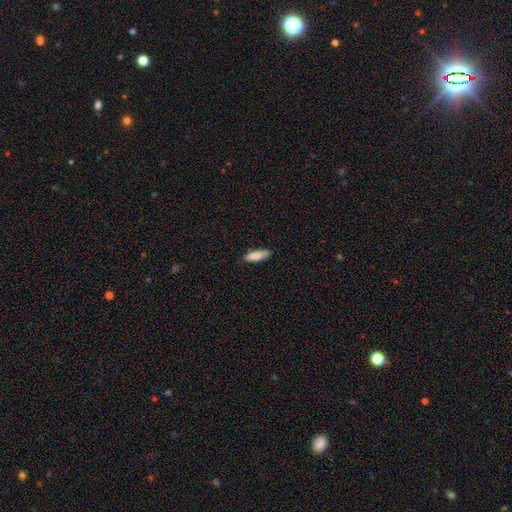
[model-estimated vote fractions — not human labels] smooth 85%, featured or disk 9%, star or artifact 6%. Down the decision tree: how rounded — cigar-shaped (56%); merging — none (83%).